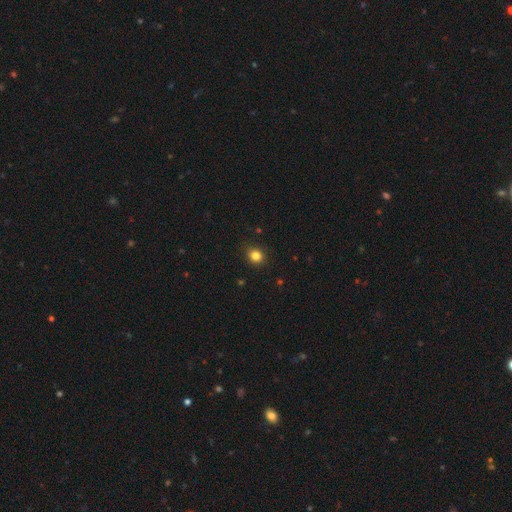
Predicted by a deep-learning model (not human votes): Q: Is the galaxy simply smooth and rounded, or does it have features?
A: smooth — 83%.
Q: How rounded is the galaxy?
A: round — 80%.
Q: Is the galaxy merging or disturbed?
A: none — 88%.